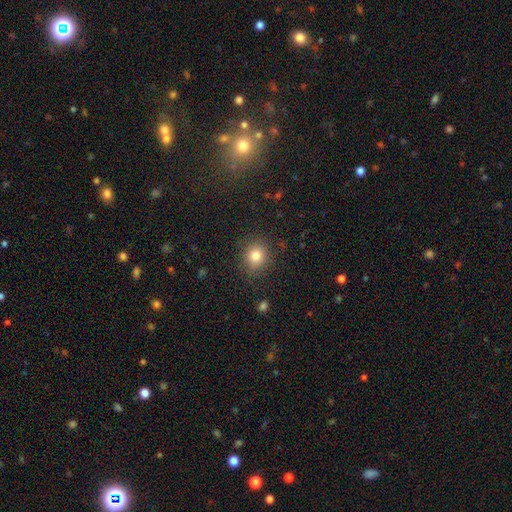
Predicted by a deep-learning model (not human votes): Overall: smooth (81%). How rounded: round (79%). Merging: none (87%).